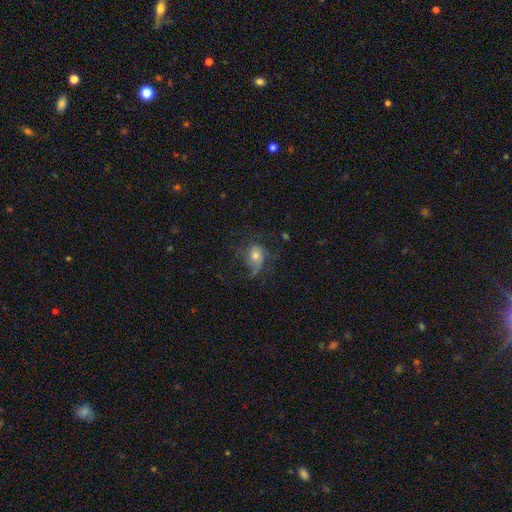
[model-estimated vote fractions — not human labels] Smooth or featured? smooth (44%, tied with featured or disk)
Merging? none (44%)